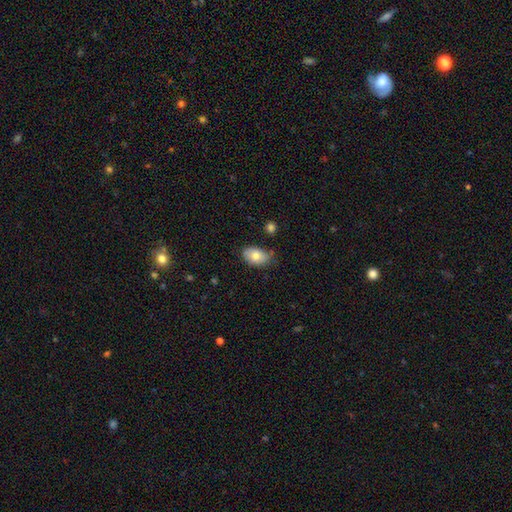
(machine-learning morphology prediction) smooth-or-featured: smooth: 76% | featured or disk: 17% | star or artifact: 7%
  how-rounded: in between: 86% | round: 13% | cigar-shaped: 1%
  merging: none: 66% | minor disturbance: 27% | major disturbance: 4% | merger: 3%